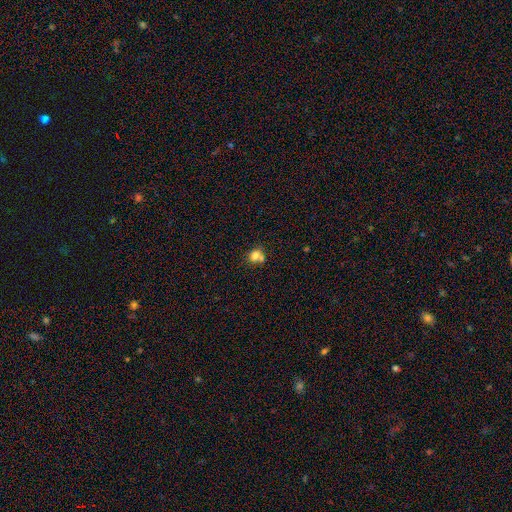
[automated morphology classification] Smooth or featured? Predicted: smooth (p=0.78). How rounded? Predicted: round (p=0.69). Merging? Predicted: none (p=0.43).